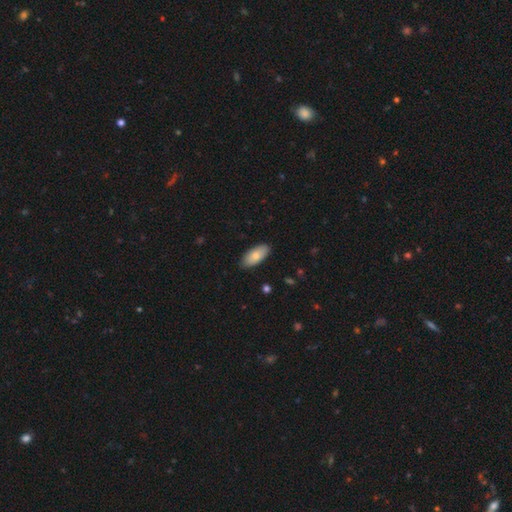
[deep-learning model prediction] smooth_or_featured: smooth (p=0.77) [alt: featured or disk p=0.17]
how_rounded: in between (p=0.89) [alt: cigar-shaped p=0.09]
merging: none (p=0.88) [alt: minor disturbance p=0.10]